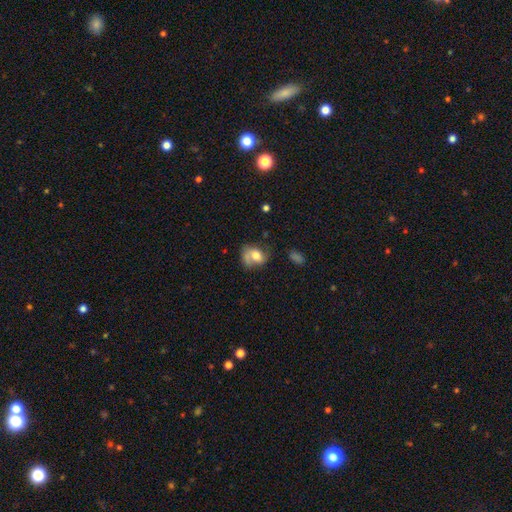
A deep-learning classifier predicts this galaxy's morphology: Smooth or featured: smooth — 63% (featured or disk — 28%)
How rounded: in between — 59% (round — 39%)
Merging: none — 38% (minor disturbance — 29%)